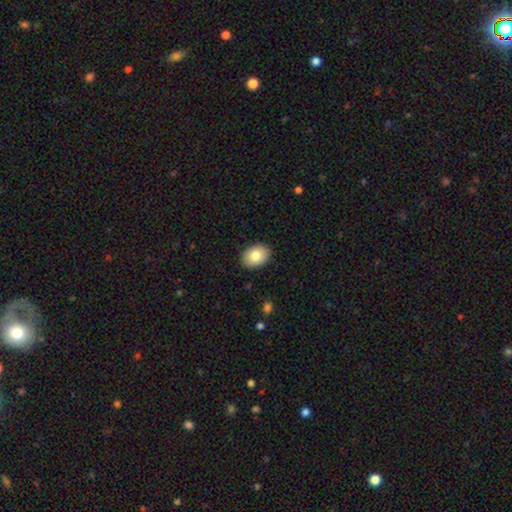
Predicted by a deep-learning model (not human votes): A smooth galaxy with no disk features (83%) that is in between round and cigar-shaped (75%). Merging: none (89%).